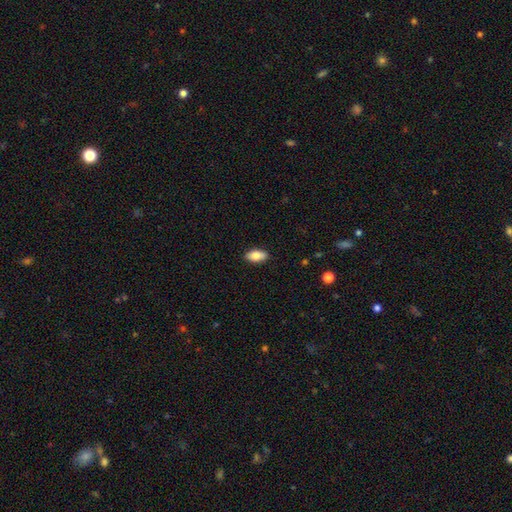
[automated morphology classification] A smooth galaxy with no disk features (82%) that is in between round and cigar-shaped (91%).

Vote fractions:
- Smooth or featured? smooth: 82% / featured or disk: 11% / star or artifact: 7%
- How rounded? in between: 91% / cigar-shaped: 6% / round: 3%
- Merging? none: 90% / minor disturbance: 8% / major disturbance: 2% / merger: 1%